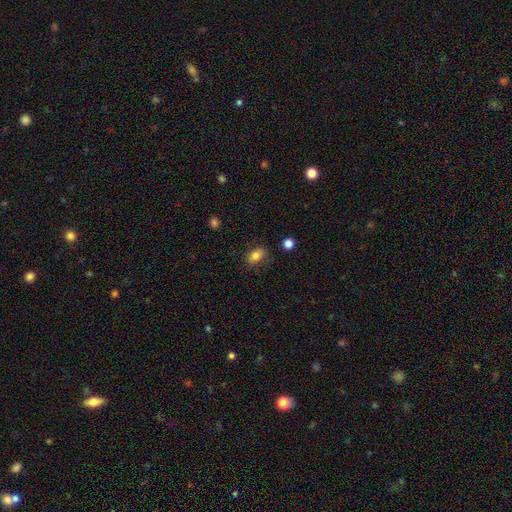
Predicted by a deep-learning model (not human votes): A smooth galaxy with no disk features (82%) that is in between round and cigar-shaped (83%).

Vote fractions:
- Smooth or featured? smooth: 82% / star or artifact: 10% / featured or disk: 9%
- How rounded? in between: 83% / round: 15% / cigar-shaped: 3%
- Merging? none: 76% / minor disturbance: 18% / major disturbance: 4% / merger: 2%